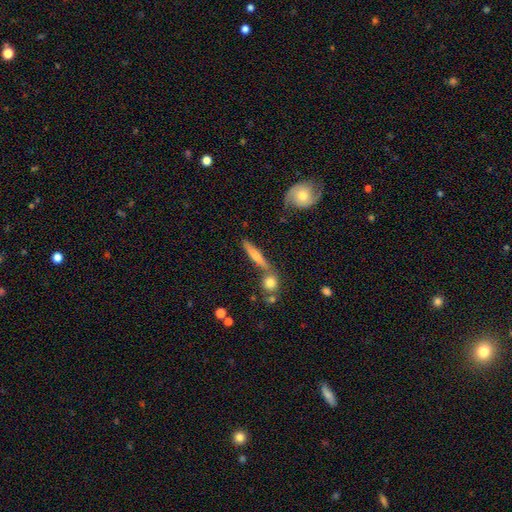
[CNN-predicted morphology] This is possibly a smooth galaxy (56%). How rounded: clearly cigar-shaped (84%). Merging: likely none (63%).